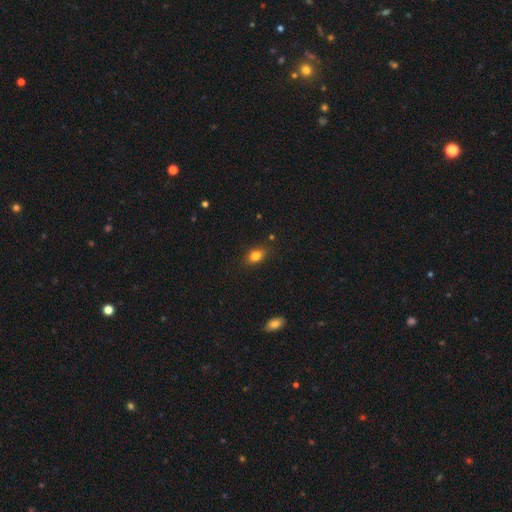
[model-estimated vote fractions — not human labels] The model was most divided on "how rounded": in between: 76%, round: 20%, cigar-shaped: 4%. More confident: merging — none (81%); smooth or featured — smooth (80%).